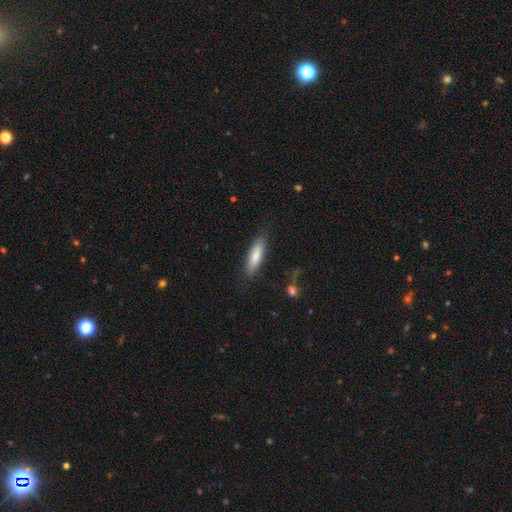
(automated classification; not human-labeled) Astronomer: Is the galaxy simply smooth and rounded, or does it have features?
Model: smooth — 81%.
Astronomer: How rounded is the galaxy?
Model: cigar-shaped — 63%.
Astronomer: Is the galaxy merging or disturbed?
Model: none — 83%.